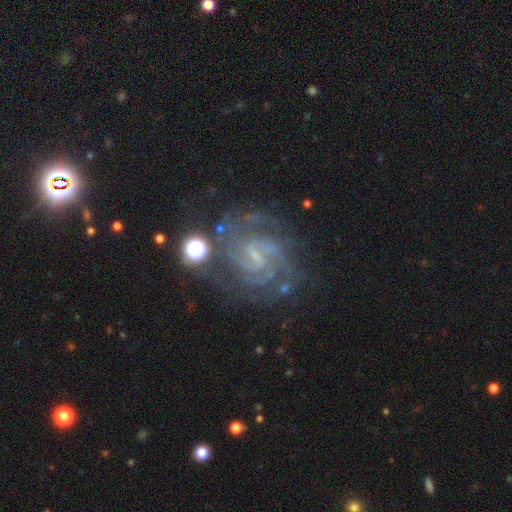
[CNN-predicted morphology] Smooth or featured: featured or disk — 87% (star or artifact — 8%)
Edge-on disk: no — 98% (yes — 2%)
Bar: weak — 55% (no — 23%)
Spiral arms: yes — 98% (no — 2%)
Spiral winding: tight — 54% (medium — 40%)
Spiral arm count: 2 — 45% (3 — 20%)
Bulge size: small — 62% (none — 25%)
Merging: none — 71% (minor disturbance — 16%)